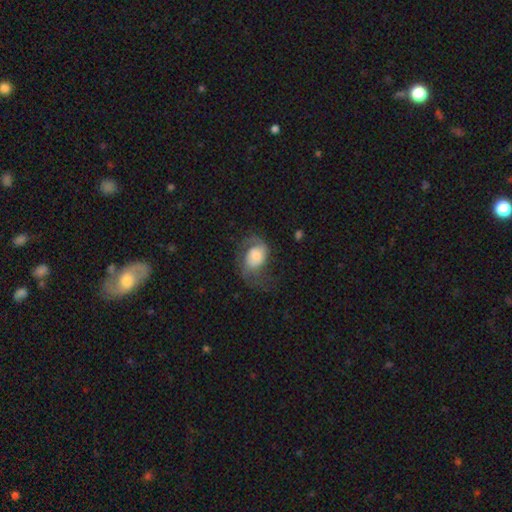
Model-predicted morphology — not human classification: smooth-or-featured: featured or disk: 58% | smooth: 34% | star or artifact: 8%
  disk-edge-on: no: 97% | yes: 3%
    bar: no: 63% | weak: 30% | strong: 7%
    has-spiral-arms: yes: 85% | no: 15%
    bulge-size: moderate: 39% | large: 25% | small: 24% | dominant: 6% | none: 6%
  merging: none: 41% | major disturbance: 35% | minor disturbance: 22% | merger: 2%